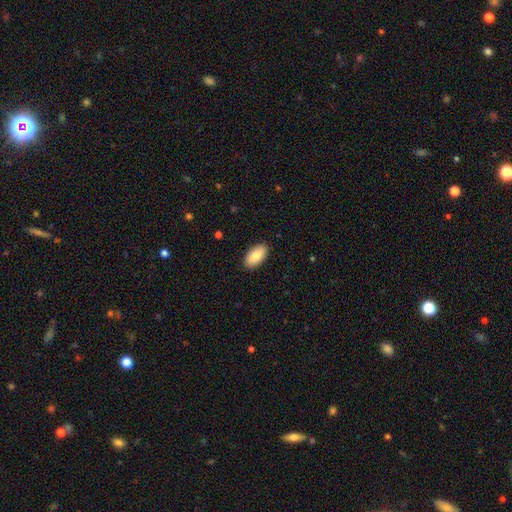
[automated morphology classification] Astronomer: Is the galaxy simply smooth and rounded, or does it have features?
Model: smooth — 83%.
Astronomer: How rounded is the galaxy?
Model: in between — 94%.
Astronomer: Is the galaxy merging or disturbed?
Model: none — 89%.